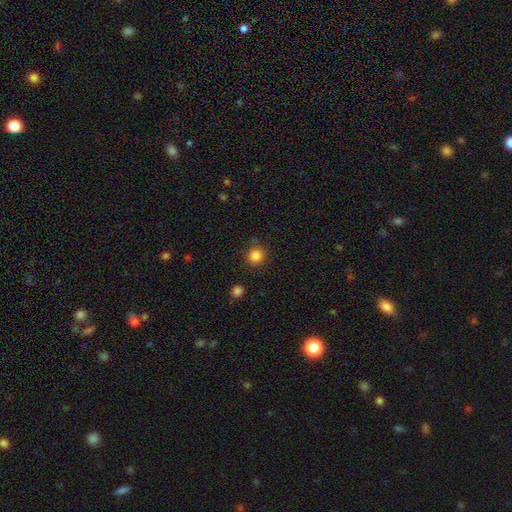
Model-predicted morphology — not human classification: Q: Smooth or featured?
A: smooth (85%); runner-up: star or artifact (11%)
Q: How rounded?
A: round (94%); runner-up: in between (5%)
Q: Merging?
A: none (87%); runner-up: minor disturbance (8%)